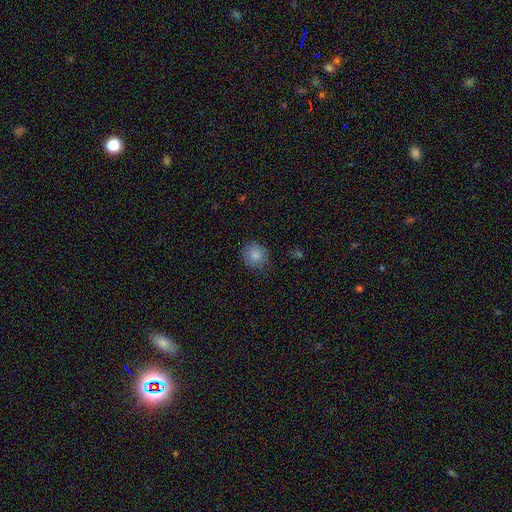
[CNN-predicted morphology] This is clearly a smooth galaxy (85%). How rounded: clearly round (84%). Merging: clearly none (82%).